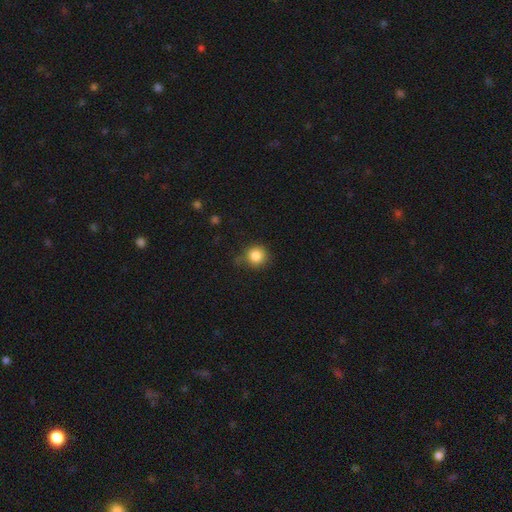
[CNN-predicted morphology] A smooth galaxy with no disk features (84%) that is round (90%). Merging: none (72%).